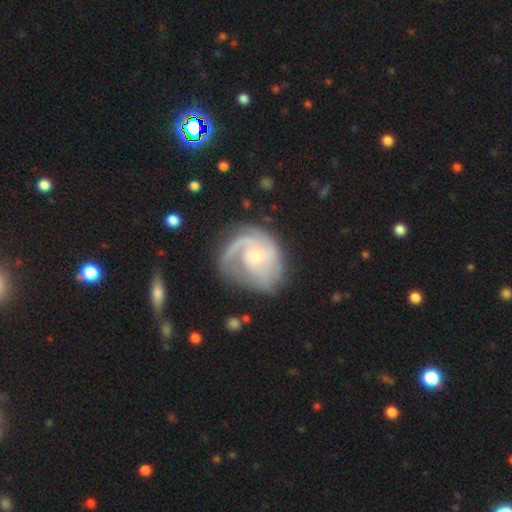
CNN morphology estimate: featured or disk 81%, smooth 13%, star or artifact 6%. Down the decision tree: edge-on disk — no (98%); bar — no (69%); spiral arms — yes (94%); spiral arm count — 1 (35%); spiral winding — tight (45%); bulge size — small (63%); merging — none (60%).